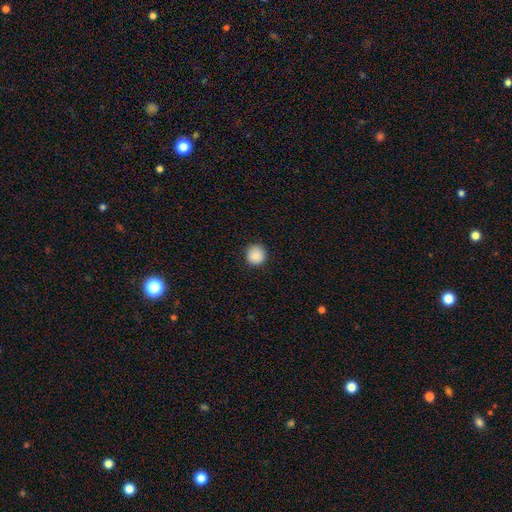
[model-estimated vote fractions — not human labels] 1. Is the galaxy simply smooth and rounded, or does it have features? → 88% smooth, 8% star or artifact, 4% featured or disk.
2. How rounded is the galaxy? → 95% round, 4% in between, 1% cigar-shaped.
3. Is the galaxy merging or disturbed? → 91% none, 6% minor disturbance, 2% major disturbance, 1% merger.